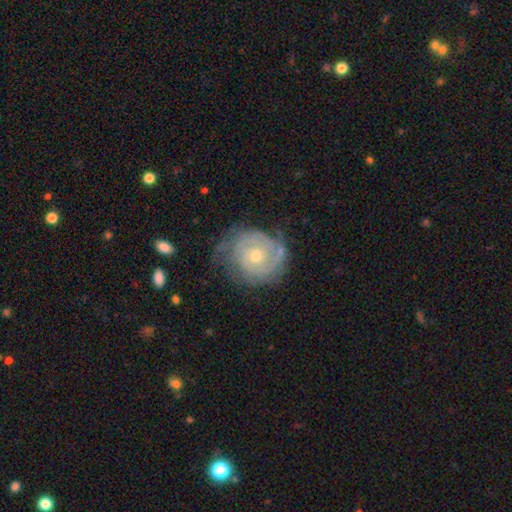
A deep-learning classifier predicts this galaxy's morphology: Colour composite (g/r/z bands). It shows a featured or disk galaxy (80%) with no bar (73%), 2 (34%, tied with can't tell) tight (72%) spiral arms (91%) and a small central bulge (52%). Merging: none (61%).